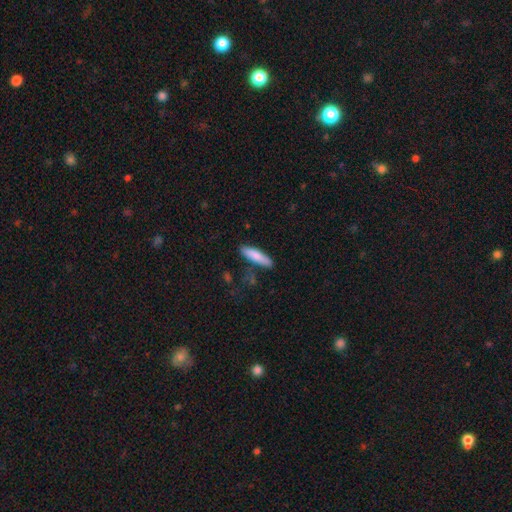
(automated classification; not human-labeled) smooth 79%, featured or disk 15%, star or artifact 6%. Down the decision tree: how rounded — cigar-shaped (76%); merging — none (81%).